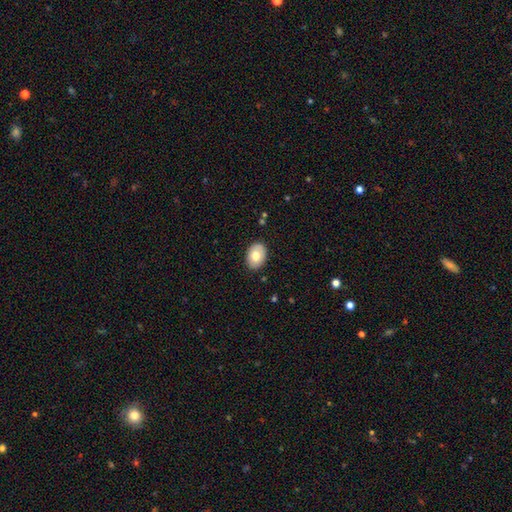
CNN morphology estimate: Overall: smooth (70%). How rounded: in between (79%). Merging: none (87%).